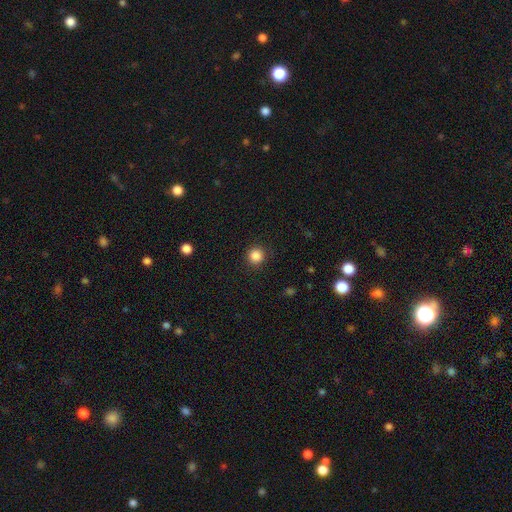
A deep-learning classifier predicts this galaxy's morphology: Smooth or featured: smooth — 87% (star or artifact — 10%)
How rounded: round — 95% (in between — 4%)
Merging: none — 91% (minor disturbance — 6%)